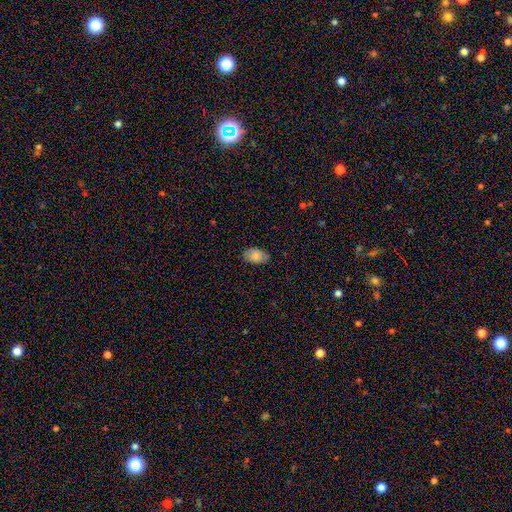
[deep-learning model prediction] Smooth or featured?
  - smooth: 83% *
  - featured or disk: 10%
  - star or artifact: 7%
How rounded?
  - in between: 92% *
  - round: 7%
  - cigar-shaped: 1%
Merging?
  - none: 81% *
  - minor disturbance: 15%
  - major disturbance: 3%
  - merger: 1%